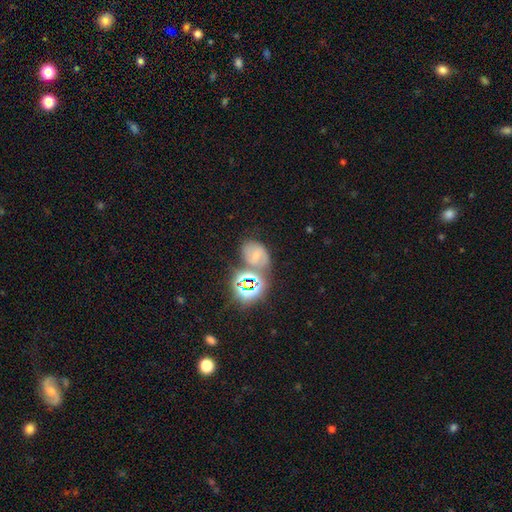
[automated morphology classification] The model was most divided on "smooth or featured": smooth: 37%, featured or disk: 35%, star or artifact: 28%. More confident: merging — none (56%).